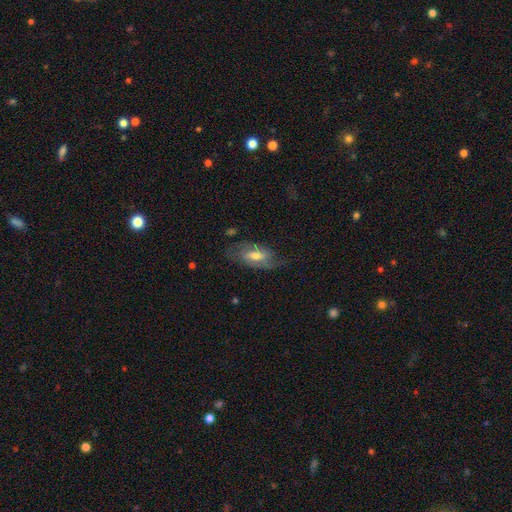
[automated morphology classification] Smooth or featured? Predicted: featured or disk (p=0.66). Edge-on disk? Predicted: no (p=0.89). Bar? Predicted: weak (p=0.48). Spiral arms? Predicted: yes (p=0.83). Bulge size? Predicted: moderate (p=0.61). Merging? Predicted: none (p=0.66).